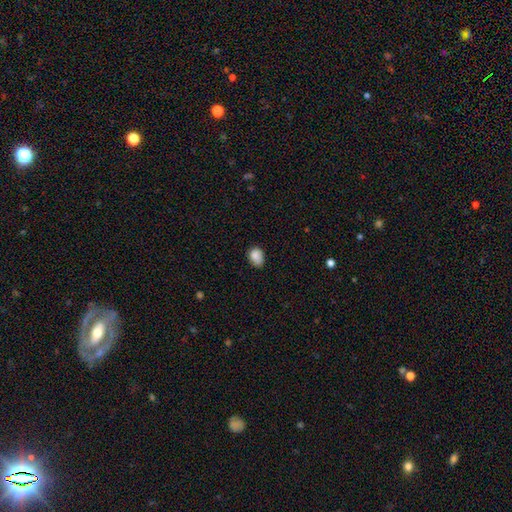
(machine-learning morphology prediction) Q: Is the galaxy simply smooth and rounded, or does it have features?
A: smooth — 84%.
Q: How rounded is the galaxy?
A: in between — 64%.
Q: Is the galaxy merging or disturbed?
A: none — 61%.